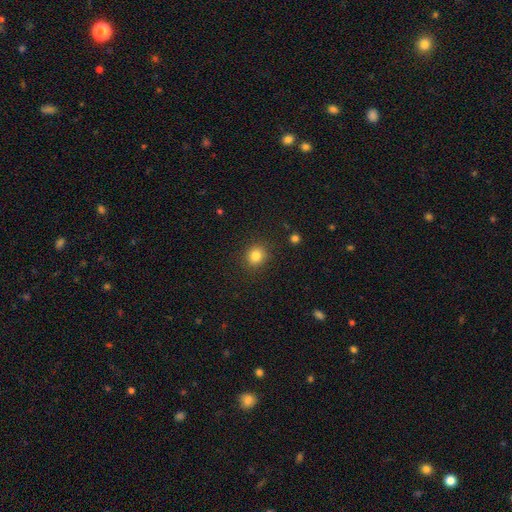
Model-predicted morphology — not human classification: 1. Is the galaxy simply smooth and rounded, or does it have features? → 83% smooth, 11% star or artifact, 6% featured or disk.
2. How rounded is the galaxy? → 84% round, 15% in between, 1% cigar-shaped.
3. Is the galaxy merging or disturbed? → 89% none, 8% minor disturbance, 2% major disturbance, 1% merger.